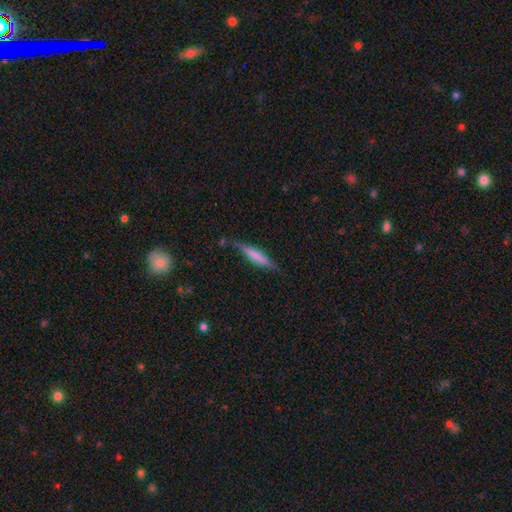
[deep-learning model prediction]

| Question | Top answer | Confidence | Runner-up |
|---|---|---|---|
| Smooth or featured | smooth | 60% | featured or disk (33%) |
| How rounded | cigar-shaped | 86% | in between (13%) |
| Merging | none | 75% | minor disturbance (19%) |